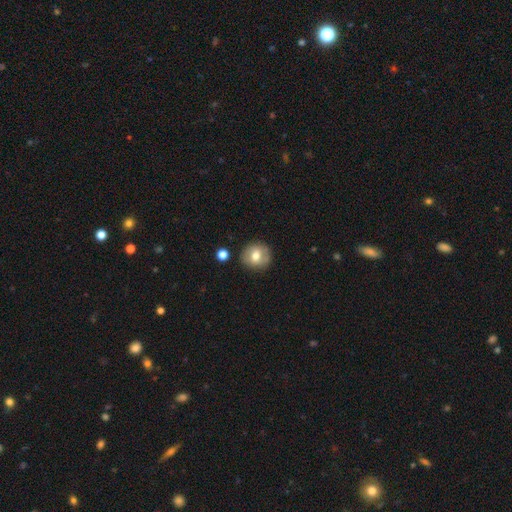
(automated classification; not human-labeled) Q: Smooth or featured?
A: smooth (68%); runner-up: featured or disk (24%)
Q: How rounded?
A: round (85%); runner-up: in between (14%)
Q: Merging?
A: none (84%); runner-up: minor disturbance (10%)